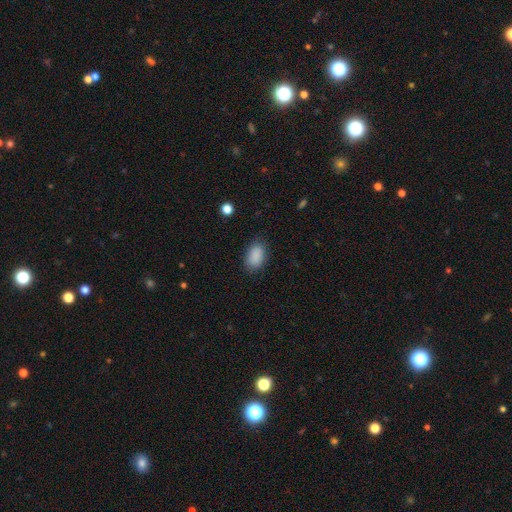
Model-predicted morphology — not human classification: This is clearly a smooth galaxy (88%). How rounded: clearly in between (89%). Merging: clearly none (82%).